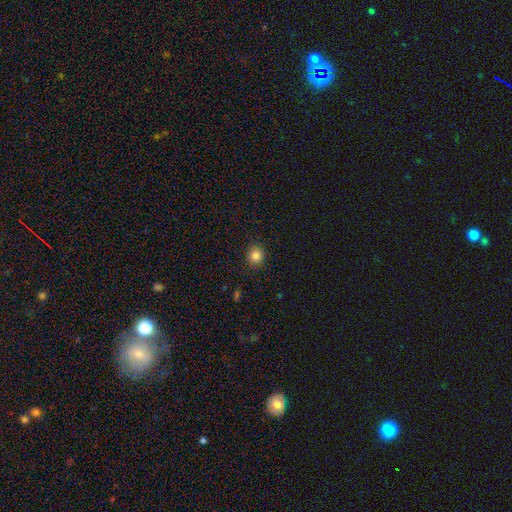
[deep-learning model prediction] Smooth or featured? smooth (84%)
How rounded? round (85%)
Merging? none (91%)